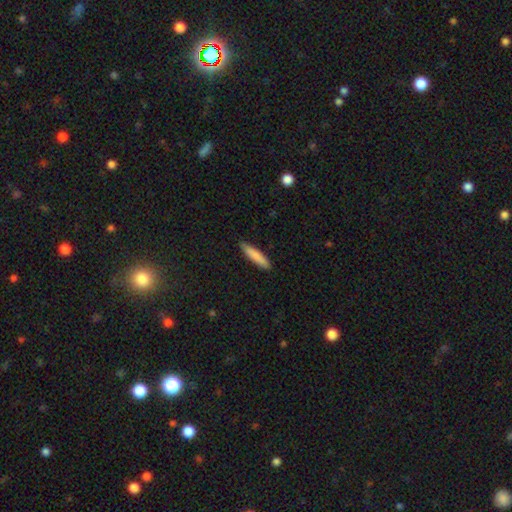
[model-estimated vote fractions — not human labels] This appears to be a smooth galaxy with no disk features (84%) that is cigar-shaped (82%). Merging: none (88%).